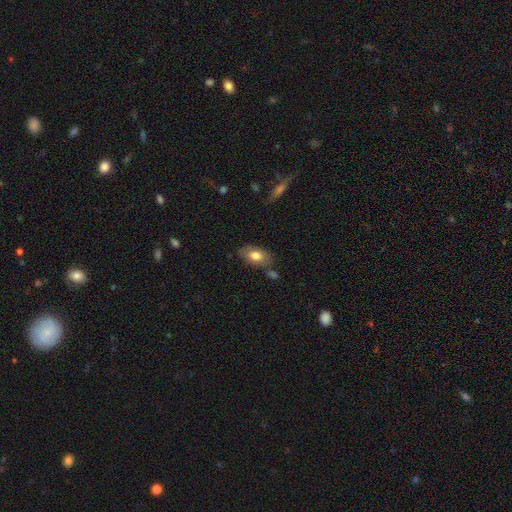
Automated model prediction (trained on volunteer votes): This is likely a smooth galaxy (74%). How rounded: clearly in between (91%). Merging: likely none (71%).